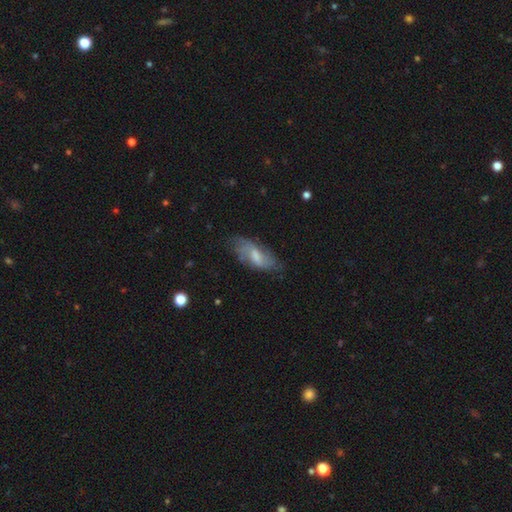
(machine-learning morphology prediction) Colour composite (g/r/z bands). It shows a featured or disk galaxy (48%). Merging: none (62%).